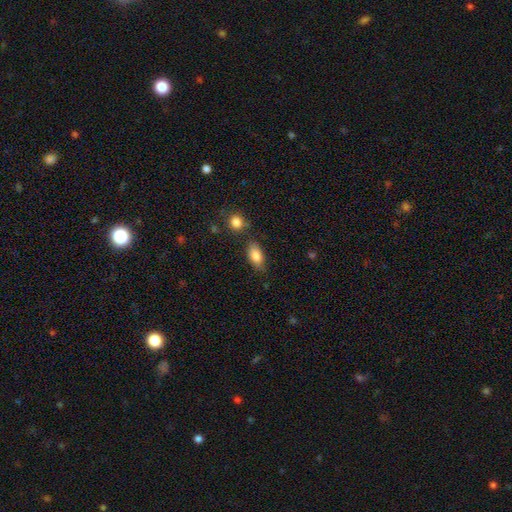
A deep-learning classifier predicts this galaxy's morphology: Q: Smooth or featured?
A: smooth (83%); runner-up: featured or disk (10%)
Q: How rounded?
A: in between (89%); runner-up: round (6%)
Q: Merging?
A: none (68%); runner-up: minor disturbance (21%)